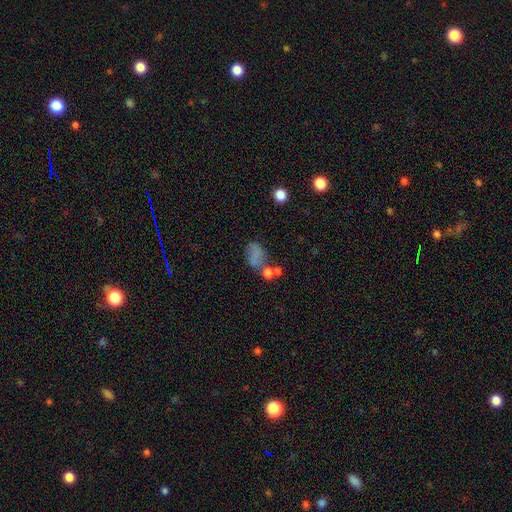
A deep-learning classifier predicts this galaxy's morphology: smooth 62%, featured or disk 20%, star or artifact 18%. Down the decision tree: how rounded — in between (79%); merging — none (34%).